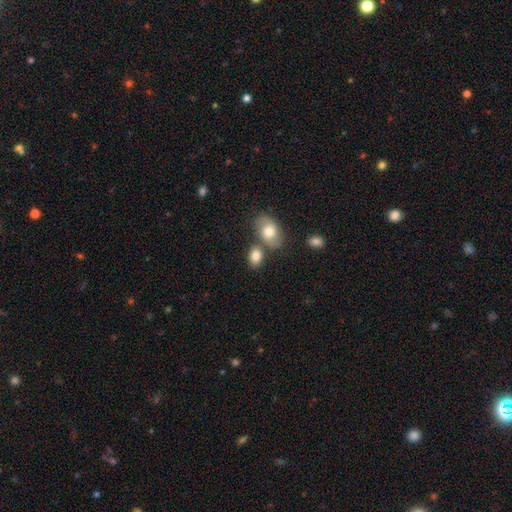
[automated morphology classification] smooth_or_featured: smooth (p=0.80) [alt: featured or disk p=0.12]
how_rounded: in between (p=0.81) [alt: round p=0.17]
merging: none (p=0.58) [alt: merger p=0.26]